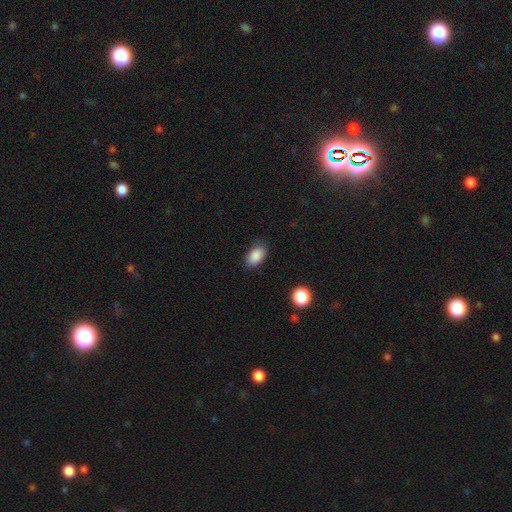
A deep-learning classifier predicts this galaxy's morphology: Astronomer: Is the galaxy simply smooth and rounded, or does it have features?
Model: smooth — 88%.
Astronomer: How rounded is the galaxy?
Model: in between — 91%.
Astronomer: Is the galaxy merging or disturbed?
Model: none — 82%.